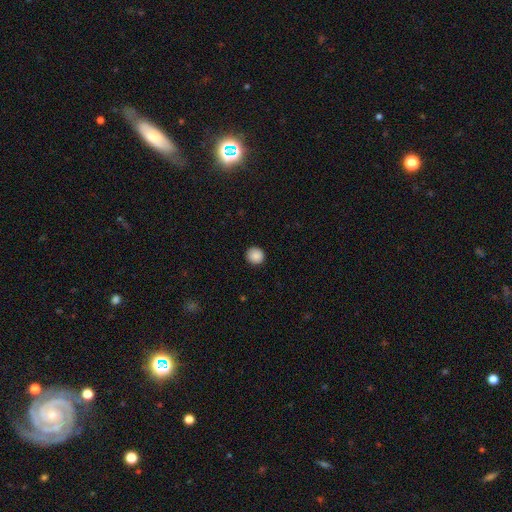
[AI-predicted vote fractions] Smooth or featured?
  - smooth: 88% *
  - star or artifact: 9%
  - featured or disk: 3%
How rounded?
  - round: 94% *
  - in between: 5%
  - cigar-shaped: 1%
Merging?
  - none: 92% *
  - minor disturbance: 6%
  - major disturbance: 2%
  - merger: 1%